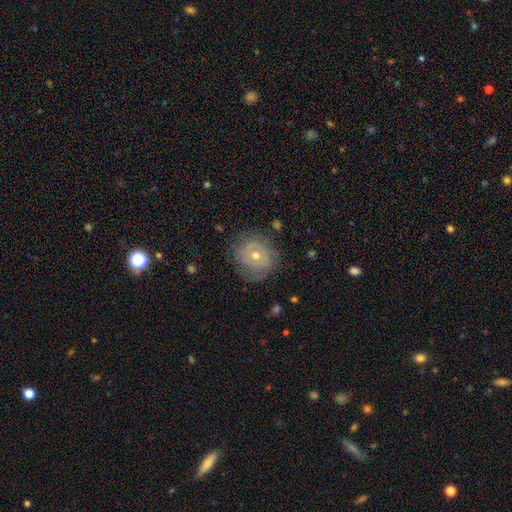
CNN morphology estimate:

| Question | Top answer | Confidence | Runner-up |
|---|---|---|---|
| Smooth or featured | featured or disk | 62% | smooth (27%) |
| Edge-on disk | no | 96% | yes (4%) |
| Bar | no | 76% | weak (20%) |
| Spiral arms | yes | 70% | no (30%) |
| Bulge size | moderate | 58% | small (39%) |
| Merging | none | 73% | minor disturbance (18%) |